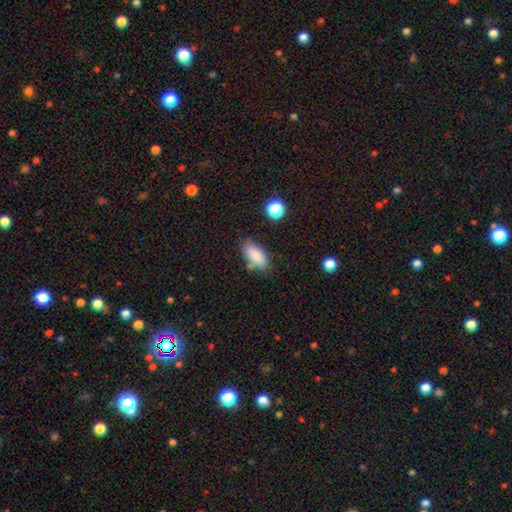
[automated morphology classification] type=smooth (86%); roundness=in between (86%); merging=none (74%).